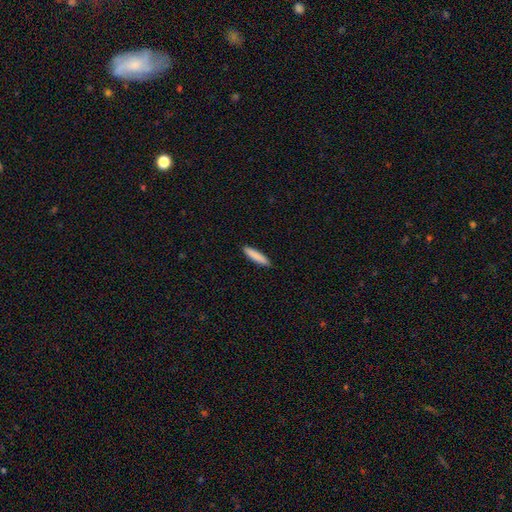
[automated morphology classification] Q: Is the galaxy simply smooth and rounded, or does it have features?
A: smooth — 86%.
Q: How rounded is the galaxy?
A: cigar-shaped — 86%.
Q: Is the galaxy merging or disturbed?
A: none — 91%.